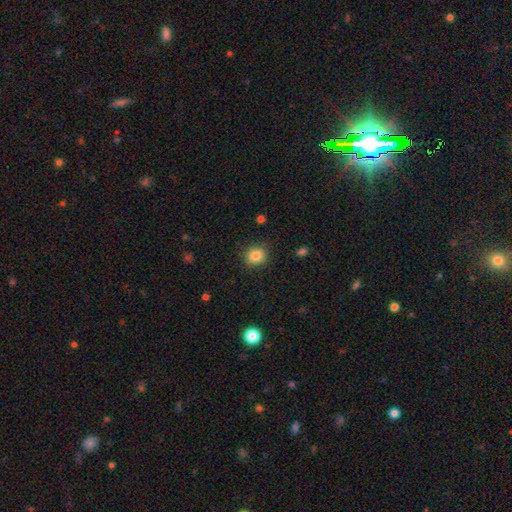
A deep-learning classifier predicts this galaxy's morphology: Q: Smooth or featured?
A: smooth (85%); runner-up: star or artifact (10%)
Q: How rounded?
A: round (76%); runner-up: in between (23%)
Q: Merging?
A: none (87%); runner-up: minor disturbance (9%)